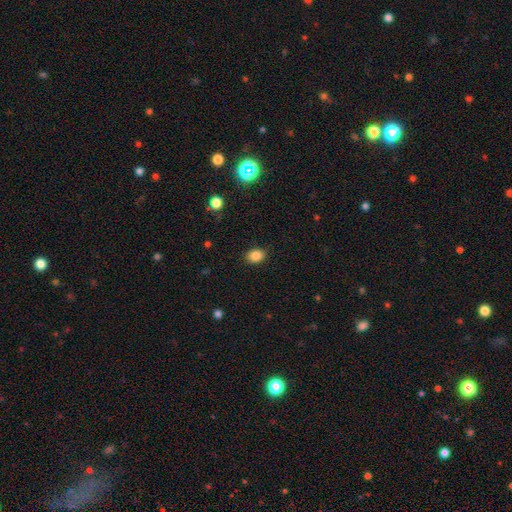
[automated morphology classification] Overall: smooth (85%). How rounded: in between (72%). Merging: none (87%).